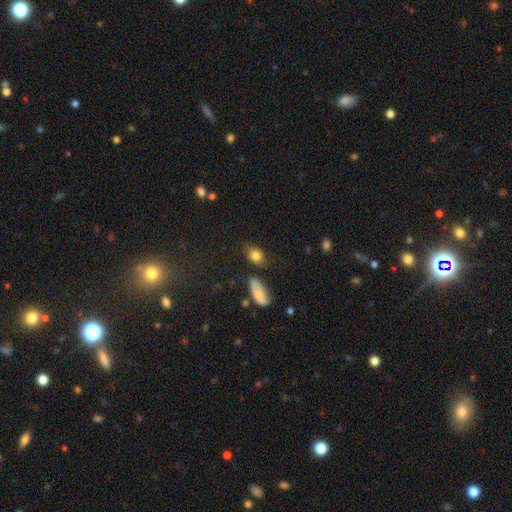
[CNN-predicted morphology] smooth 81%, star or artifact 9%, featured or disk 9%. Down the decision tree: how rounded — in between (68%); merging — none (69%).